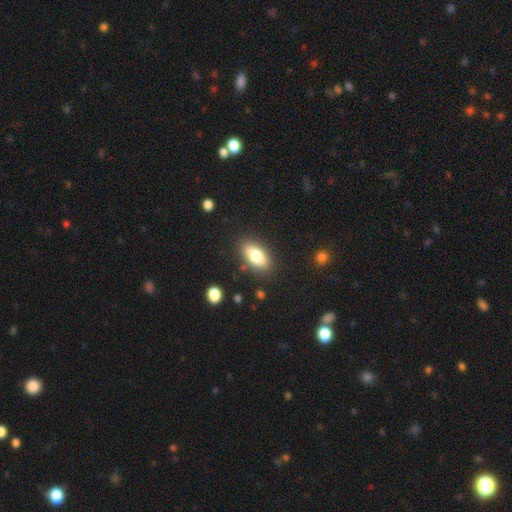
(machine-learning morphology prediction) smooth_or_featured: smooth (p=0.79) [alt: featured or disk p=0.14]
how_rounded: in between (p=0.86) [alt: cigar-shaped p=0.10]
merging: none (p=0.84) [alt: minor disturbance p=0.11]